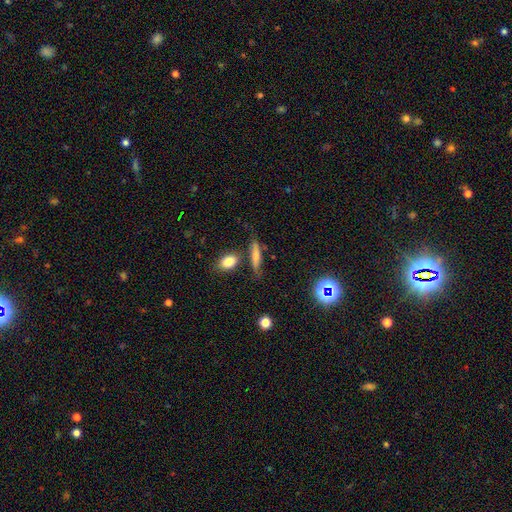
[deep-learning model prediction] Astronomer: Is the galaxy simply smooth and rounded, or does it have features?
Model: smooth — 66%.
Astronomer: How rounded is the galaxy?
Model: cigar-shaped — 75%.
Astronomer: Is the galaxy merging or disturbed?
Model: none — 71%.